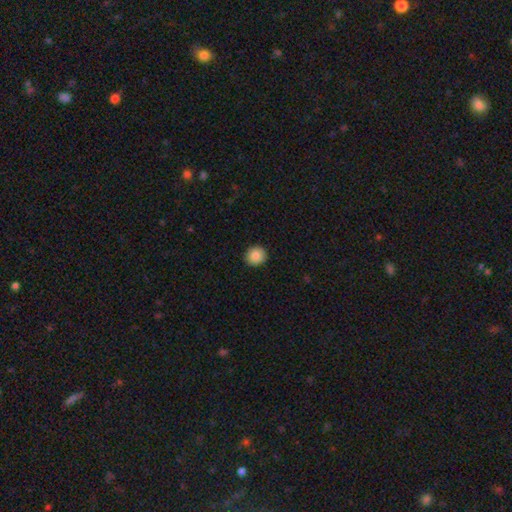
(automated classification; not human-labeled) This is clearly a smooth galaxy (86%). How rounded: clearly round (87%). Merging: clearly none (92%).